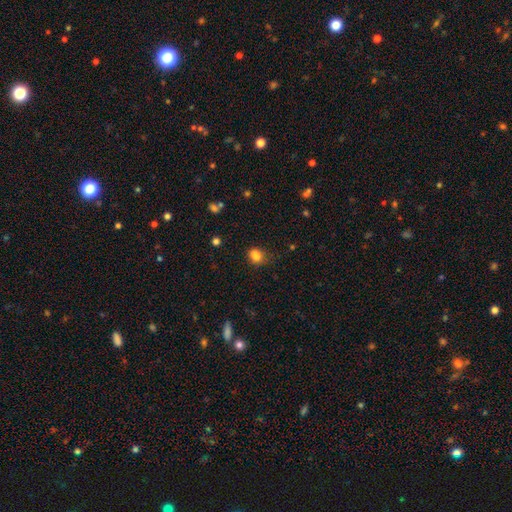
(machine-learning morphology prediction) type=smooth (82%); roundness=in between (52%); merging=none (61%).